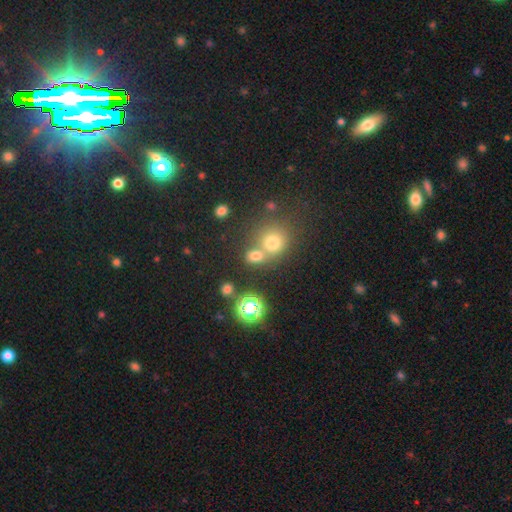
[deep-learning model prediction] smooth-or-featured: smooth: 69% | star or artifact: 22% | featured or disk: 9%
  how-rounded: round: 67% | in between: 31% | cigar-shaped: 1%
  merging: none: 48% | merger: 40% | minor disturbance: 8% | major disturbance: 4%